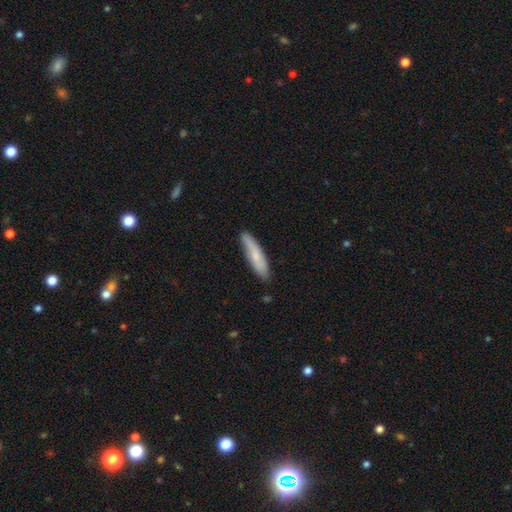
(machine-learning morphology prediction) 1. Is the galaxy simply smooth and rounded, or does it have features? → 70% smooth, 25% featured or disk, 6% star or artifact.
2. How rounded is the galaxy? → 79% cigar-shaped, 19% in between, 2% round.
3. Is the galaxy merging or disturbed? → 81% none, 15% minor disturbance, 2% major disturbance, 2% merger.